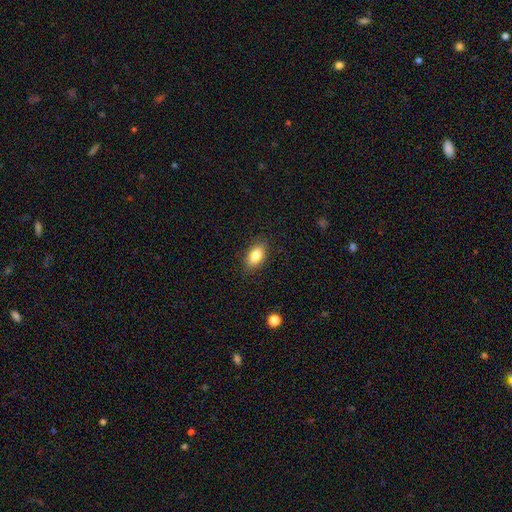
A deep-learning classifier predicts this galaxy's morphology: type=smooth (83%); roundness=in between (89%); merging=none (86%).